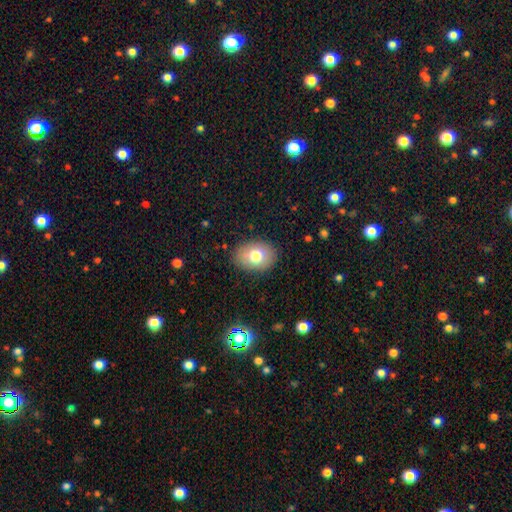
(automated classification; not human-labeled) Q: Smooth or featured?
A: smooth (75%); runner-up: featured or disk (16%)
Q: How rounded?
A: in between (71%); runner-up: round (28%)
Q: Merging?
A: none (86%); runner-up: minor disturbance (10%)